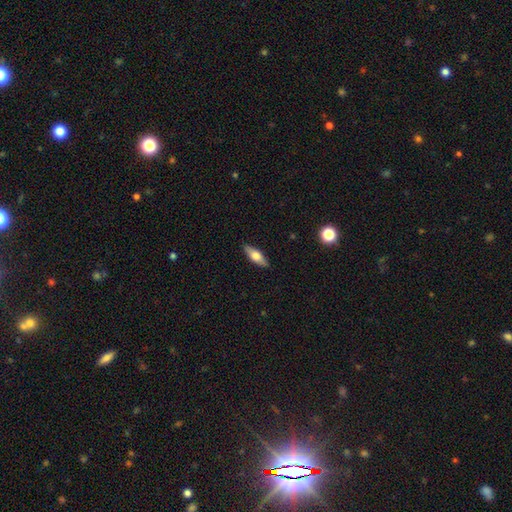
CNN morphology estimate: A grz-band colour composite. It shows a smooth galaxy with no disk features (56%) that is in between round and cigar-shaped (58%). Merging: none (88%).